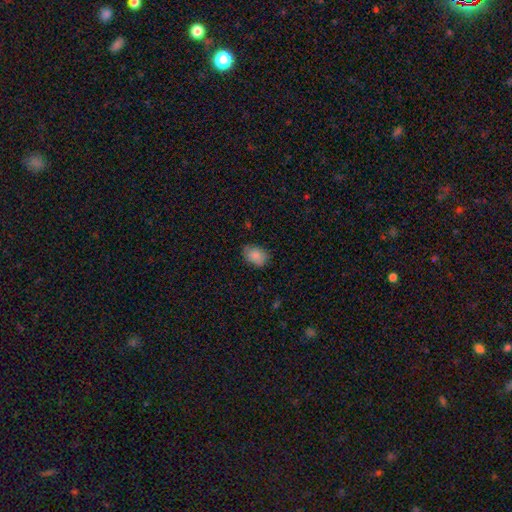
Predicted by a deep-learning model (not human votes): A smooth galaxy with no disk features (85%) that is in between round and cigar-shaped (79%). Merging: none (76%).